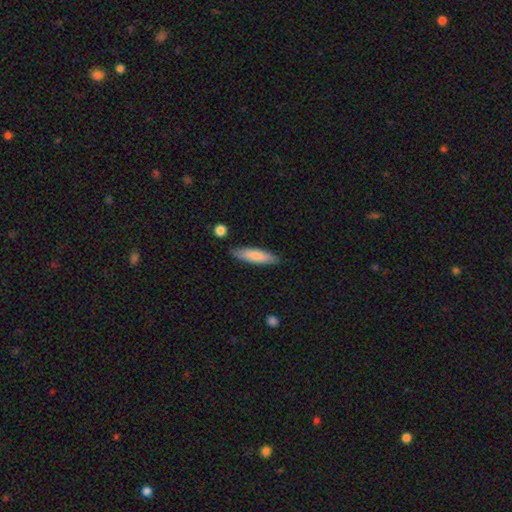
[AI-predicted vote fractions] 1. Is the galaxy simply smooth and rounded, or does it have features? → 78% smooth, 16% featured or disk, 6% star or artifact.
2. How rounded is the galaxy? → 72% cigar-shaped, 27% in between, 1% round.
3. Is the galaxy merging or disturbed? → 85% none, 11% minor disturbance, 2% merger, 2% major disturbance.